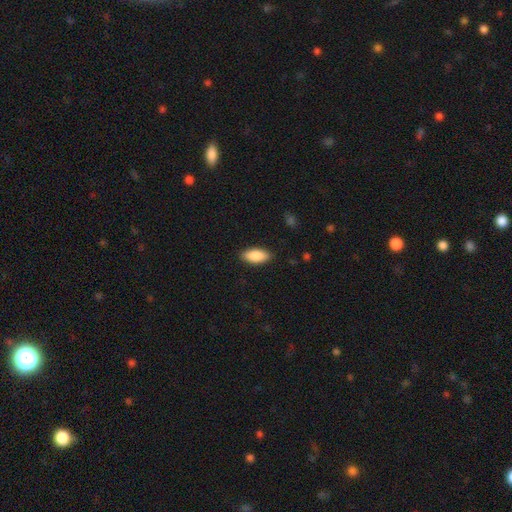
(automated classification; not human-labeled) A smooth galaxy with no disk features (88%) that is in between round and cigar-shaped (88%). Merging: none (88%).